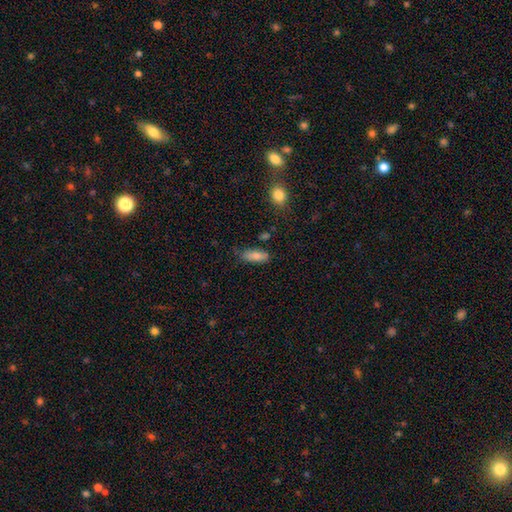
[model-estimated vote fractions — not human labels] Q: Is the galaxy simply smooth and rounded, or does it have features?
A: smooth — 82%.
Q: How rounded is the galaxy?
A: in between — 75%.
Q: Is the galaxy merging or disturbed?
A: none — 72%.